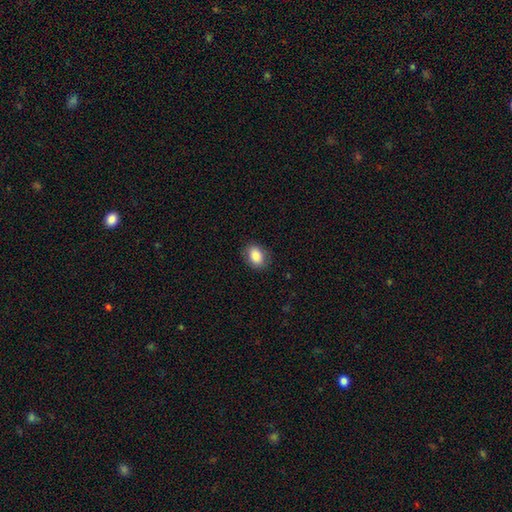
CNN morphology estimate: This appears to be a smooth galaxy with no disk features (87%) that is in between round and cigar-shaped (76%). Merging: none (86%).